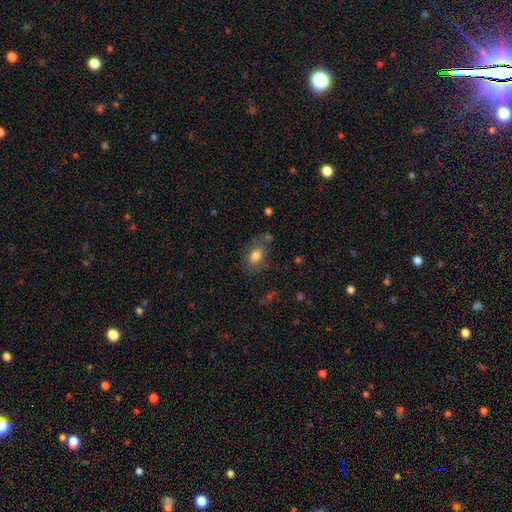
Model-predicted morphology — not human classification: The model was most divided on "merging": none: 64%, minor disturbance: 21%, major disturbance: 8%, merger: 6%. More confident: how rounded — in between (83%); smooth or featured — smooth (77%).